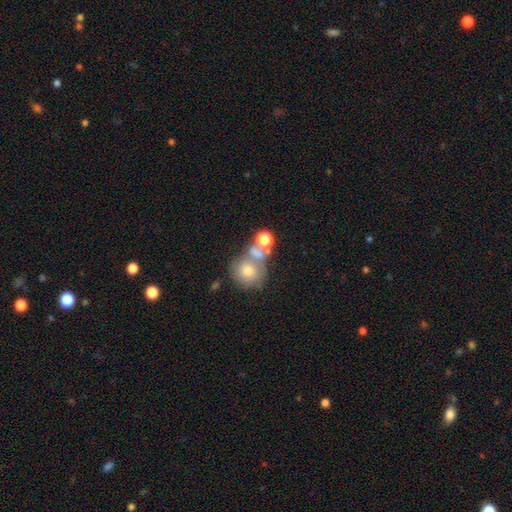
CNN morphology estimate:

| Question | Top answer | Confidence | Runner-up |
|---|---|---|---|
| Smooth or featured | smooth | 54% | star or artifact (24%) |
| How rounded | round | 82% | in between (16%) |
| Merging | none | 54% | merger (30%) |